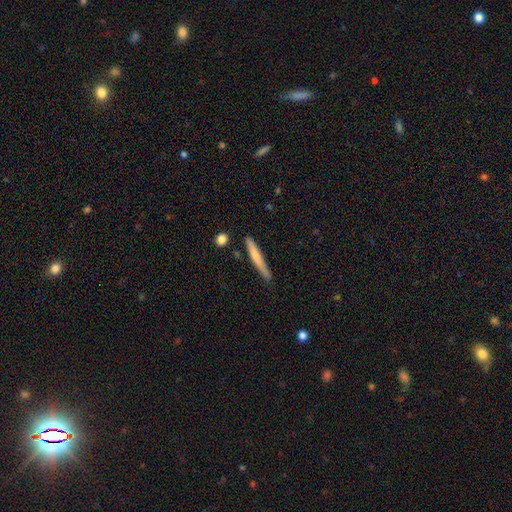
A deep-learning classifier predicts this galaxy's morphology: Smooth or featured? smooth (65%)
How rounded? cigar-shaped (95%)
Merging? none (78%)